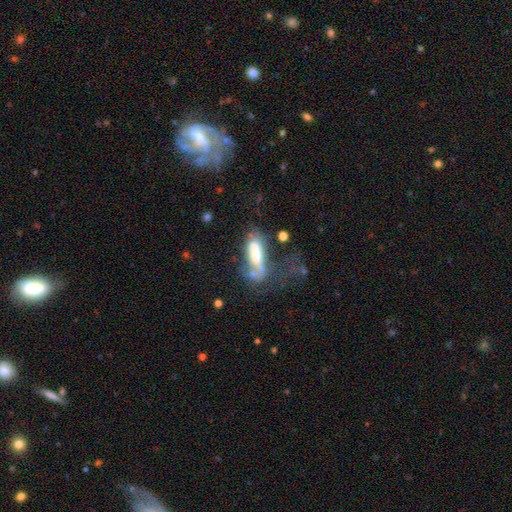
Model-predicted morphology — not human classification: Smooth or featured: smooth — 47% (featured or disk — 43%)
Merging: major disturbance — 36% (none — 23%)